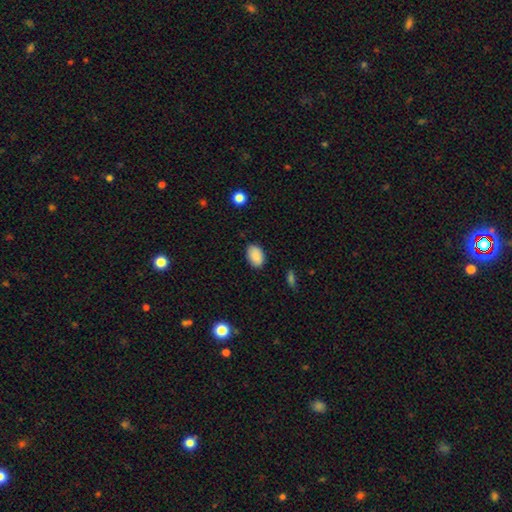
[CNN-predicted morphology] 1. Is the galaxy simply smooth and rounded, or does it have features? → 89% smooth, 7% star or artifact, 3% featured or disk.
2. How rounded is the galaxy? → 88% in between, 11% round, 1% cigar-shaped.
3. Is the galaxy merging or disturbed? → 85% none, 12% minor disturbance, 3% major disturbance, 1% merger.